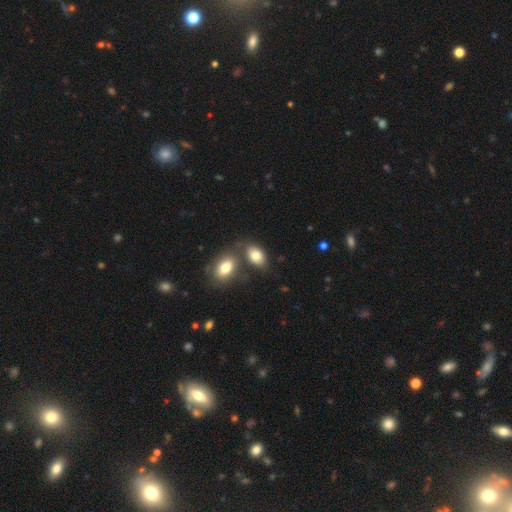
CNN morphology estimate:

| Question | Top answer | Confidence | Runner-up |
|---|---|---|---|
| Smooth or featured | smooth | 80% | featured or disk (13%) |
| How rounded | in between | 88% | round (11%) |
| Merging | none | 50% | merger (32%) |